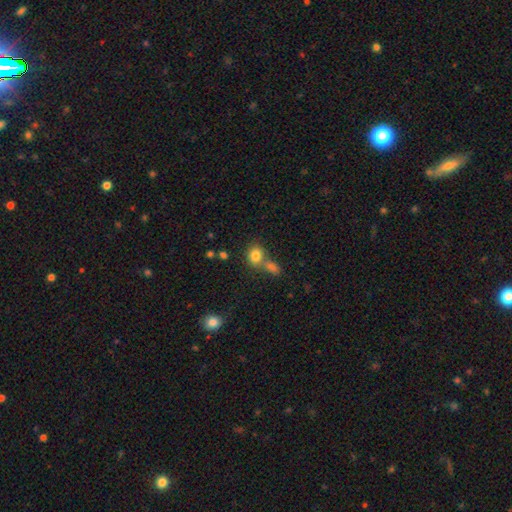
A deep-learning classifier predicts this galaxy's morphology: type=smooth (81%); roundness=round (62%); merging=none (51%).